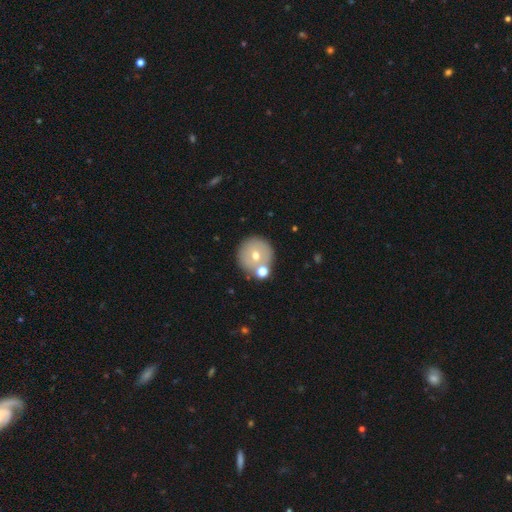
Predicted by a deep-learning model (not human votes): The model was most divided on "smooth or featured": smooth: 62%, featured or disk: 26%, star or artifact: 12%. More confident: how rounded — round (94%); merging — none (72%).